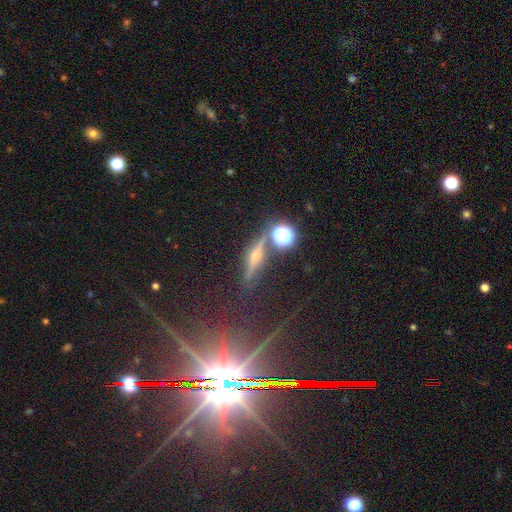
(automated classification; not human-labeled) Overall: featured or disk (59%; star or artifact 23%). Edge-on disk: yes (91%). Edge-on bulge: rounded (90%). Merging: none (78%).